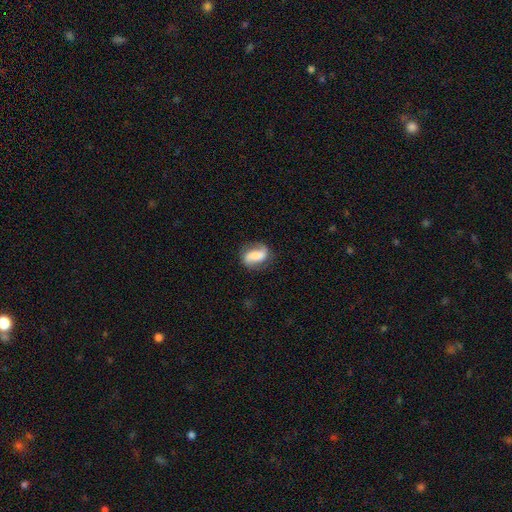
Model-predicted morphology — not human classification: Smooth or featured: smooth — 46% (featured or disk — 45%)
Merging: none — 68% (minor disturbance — 20%)